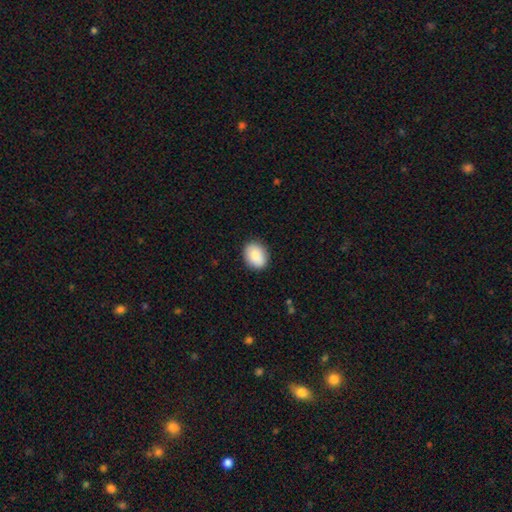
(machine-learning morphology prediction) Smooth or featured?
  - smooth: 86% *
  - featured or disk: 7%
  - star or artifact: 7%
How rounded?
  - in between: 58% *
  - round: 41%
  - cigar-shaped: 1%
Merging?
  - none: 87% *
  - minor disturbance: 10%
  - major disturbance: 2%
  - merger: 1%